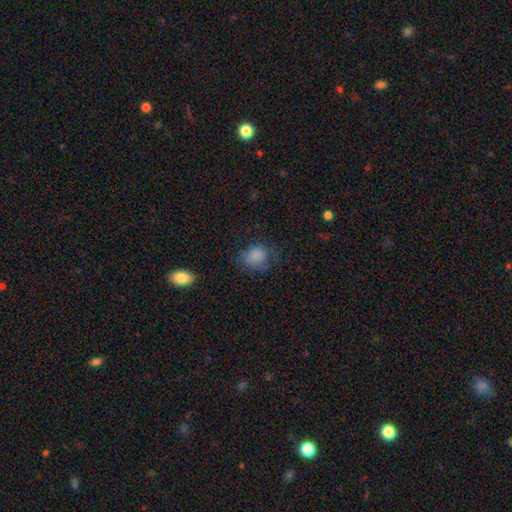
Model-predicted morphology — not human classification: Smooth or featured? smooth (80%)
How rounded? round (63%)
Merging? none (54%)